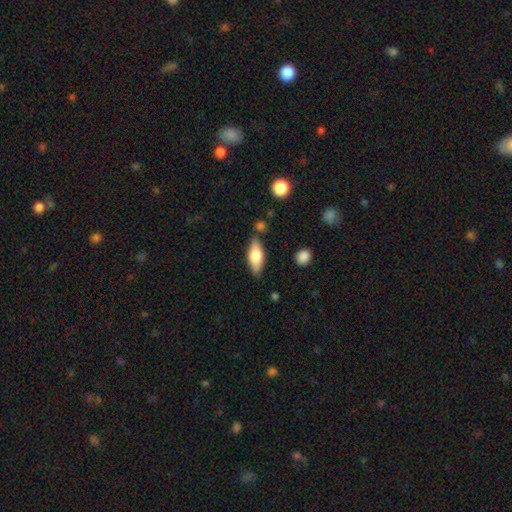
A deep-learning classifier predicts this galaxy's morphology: Overall: smooth (67%; featured or disk 27%). How rounded: in between (72%). Merging: none (78%).